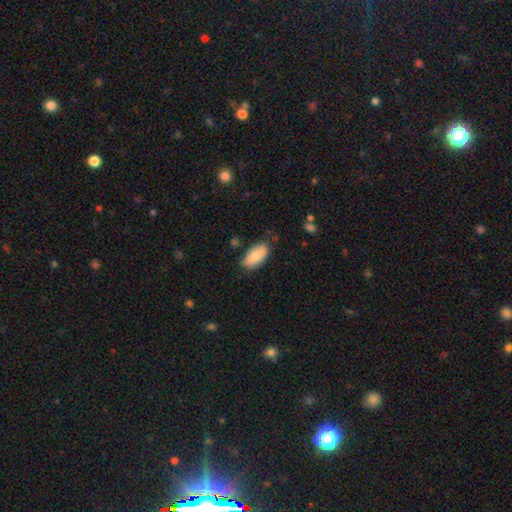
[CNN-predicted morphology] A smooth galaxy with no disk features (81%) that is in between round and cigar-shaped (93%). Merging: none (76%).